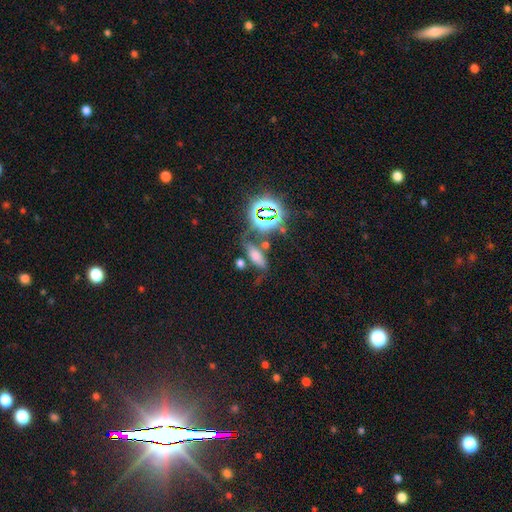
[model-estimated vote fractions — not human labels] A smooth galaxy with no disk features (57%) that is in between round and cigar-shaped (68%). Merging: none (57%).